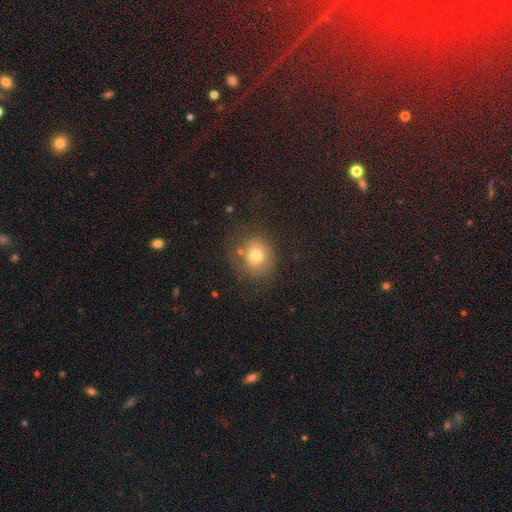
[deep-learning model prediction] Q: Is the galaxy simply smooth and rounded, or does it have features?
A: smooth — 68%.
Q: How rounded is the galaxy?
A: round — 78%.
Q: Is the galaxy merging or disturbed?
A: none — 66%.